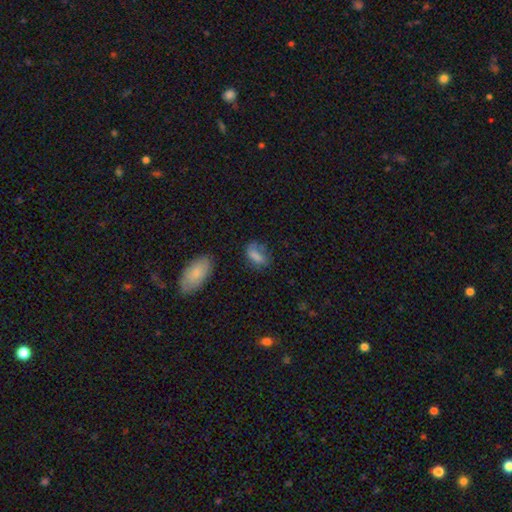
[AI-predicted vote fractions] The model was most divided on "merging": none: 51%, minor disturbance: 28%, major disturbance: 15%, merger: 5%. More confident: how rounded — in between (83%); smooth or featured — smooth (75%).